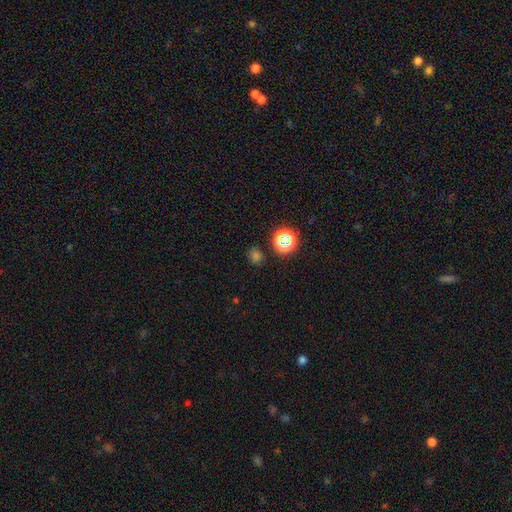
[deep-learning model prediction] Smooth or featured? smooth (52%)
How rounded? round (78%)
Merging? none (84%)